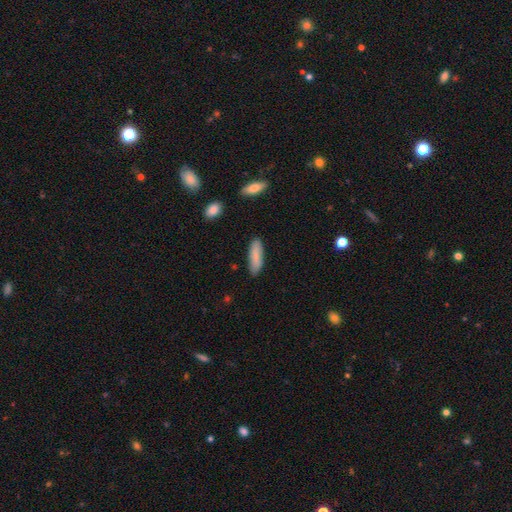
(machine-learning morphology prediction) Overall: smooth (85%). How rounded: in between (53%; cigar-shaped 46%). Merging: none (85%).